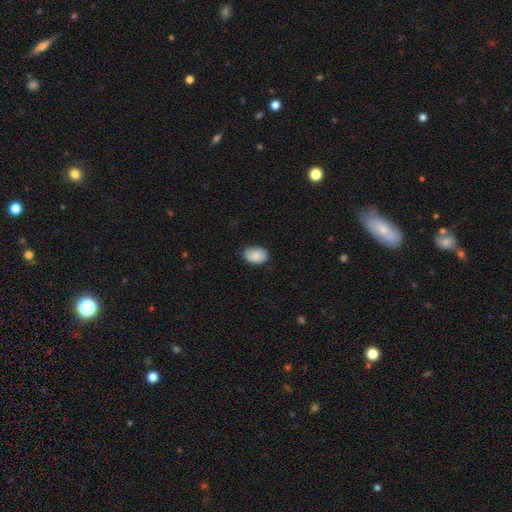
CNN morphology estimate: Smooth or featured: smooth — 82% (featured or disk — 11%)
How rounded: in between — 84% (round — 15%)
Merging: none — 75% (minor disturbance — 21%)